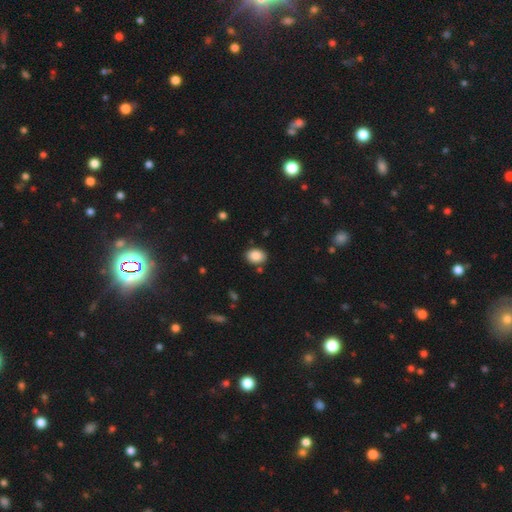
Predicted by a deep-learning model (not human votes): Q: Smooth or featured?
A: smooth (87%); runner-up: star or artifact (8%)
Q: How rounded?
A: in between (69%); runner-up: round (30%)
Q: Merging?
A: none (85%); runner-up: minor disturbance (10%)